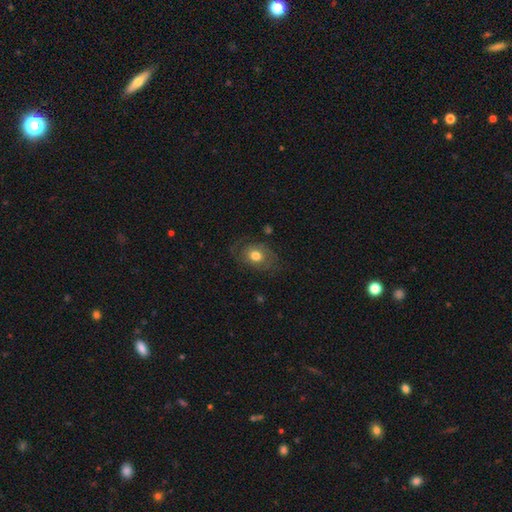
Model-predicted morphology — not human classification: Smooth or featured: smooth — 46% (featured or disk — 45%)
Merging: none — 68% (minor disturbance — 19%)